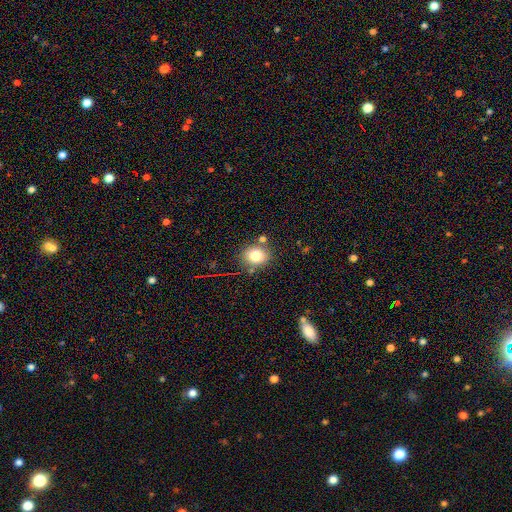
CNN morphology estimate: Smooth or featured? smooth (78%)
How rounded? round (68%)
Merging? none (78%)